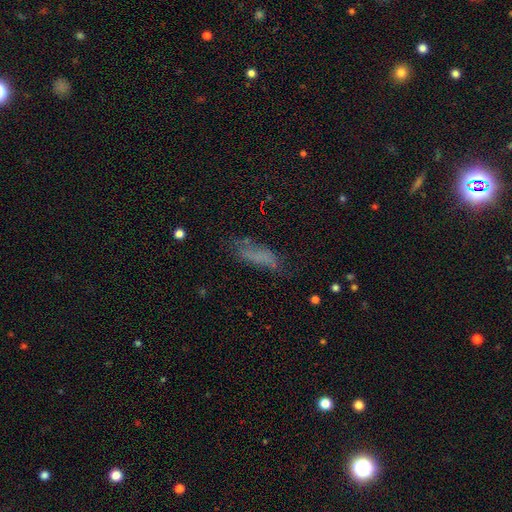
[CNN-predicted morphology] type=smooth (60%); roundness=in between (54%); merging=none (50%).